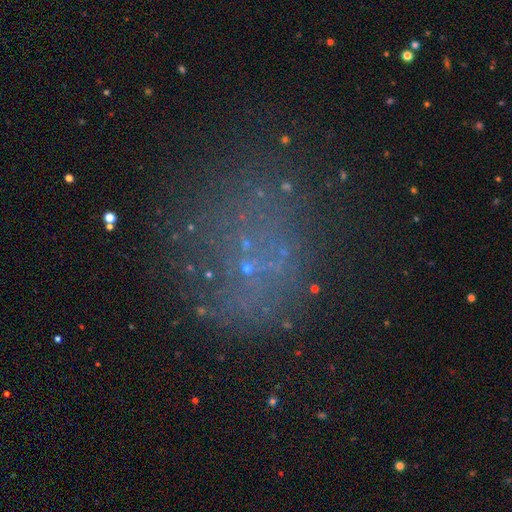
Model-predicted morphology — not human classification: type=star or artifact (40%).